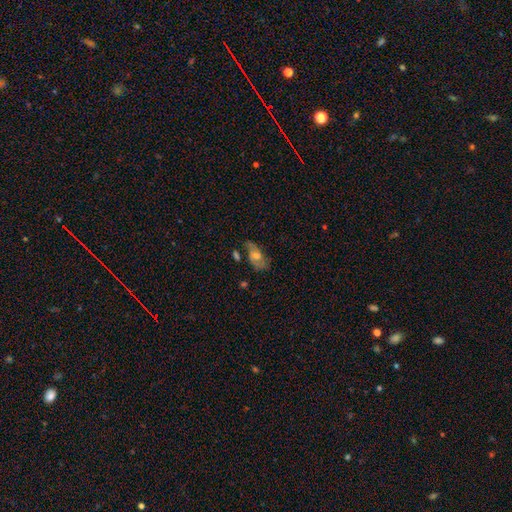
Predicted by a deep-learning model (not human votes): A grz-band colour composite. It shows a featured or disk galaxy (56%) with no bar (67%), spiral arms (70%) and a moderate central bulge (62%). Merging: none (53%).